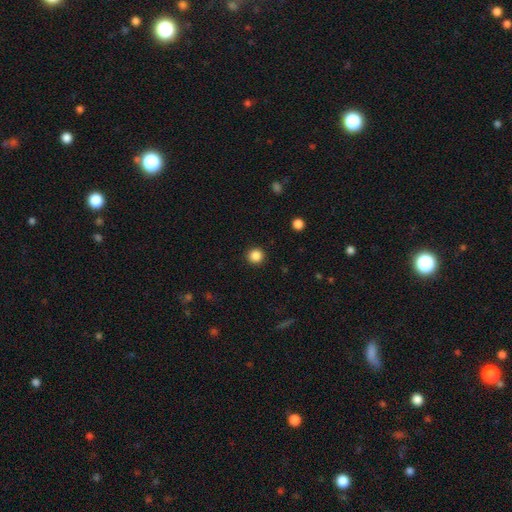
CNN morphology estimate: This appears to be a smooth galaxy with no disk features (86%) that is round (95%). Merging: none (93%).